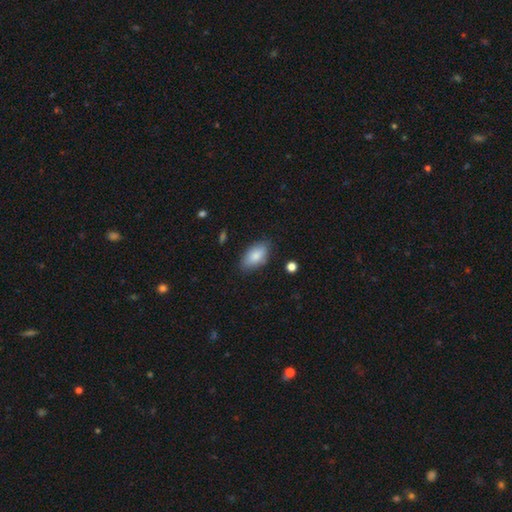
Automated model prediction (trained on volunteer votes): smooth-or-featured: smooth: 84% | featured or disk: 10% | star or artifact: 6%
  how-rounded: in between: 93% | cigar-shaped: 4% | round: 4%
  merging: none: 79% | minor disturbance: 16% | major disturbance: 3% | merger: 2%